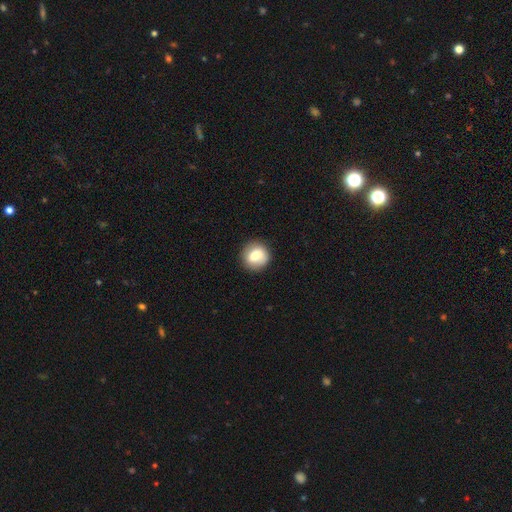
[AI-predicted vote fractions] smooth-or-featured: smooth: 76% | featured or disk: 16% | star or artifact: 8%
  how-rounded: round: 86% | in between: 13% | cigar-shaped: 1%
  merging: none: 85% | minor disturbance: 11% | major disturbance: 3% | merger: 1%